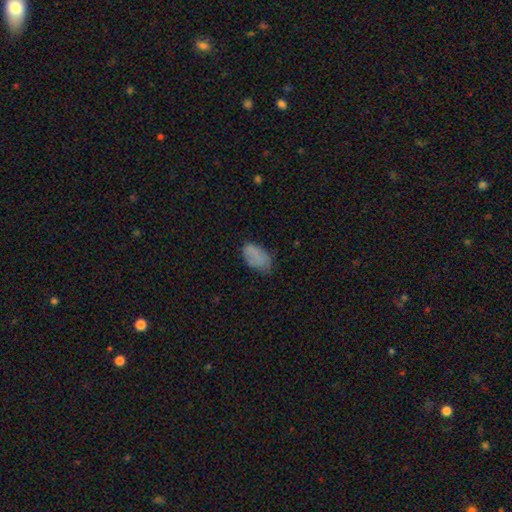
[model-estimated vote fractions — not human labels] Smooth or featured: smooth — 79% (featured or disk — 11%)
How rounded: in between — 93% (round — 5%)
Merging: none — 56% (minor disturbance — 31%)